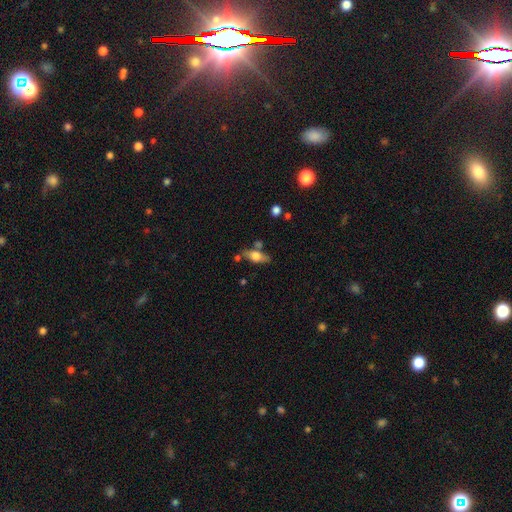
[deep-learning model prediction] smooth 56%, featured or disk 37%, star or artifact 8%. Down the decision tree: how rounded — in between (70%); merging — none (66%).